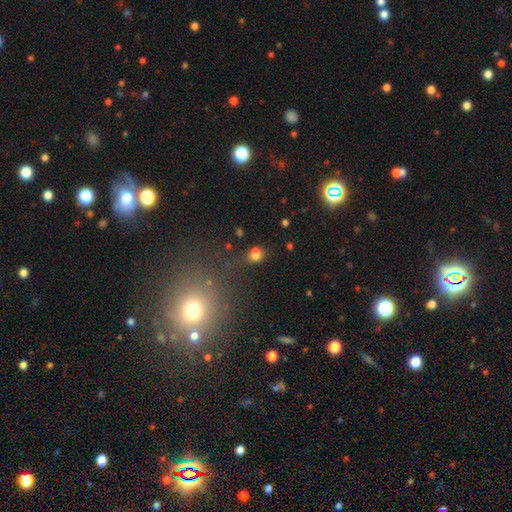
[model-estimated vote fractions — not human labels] A smooth galaxy with no disk features (72%) that is round (58%).

Vote fractions:
- Smooth or featured? smooth: 72% / star or artifact: 19% / featured or disk: 9%
- How rounded? round: 58% / in between: 40% / cigar-shaped: 2%
- Merging? none: 49% / merger: 25% / minor disturbance: 16% / major disturbance: 9%